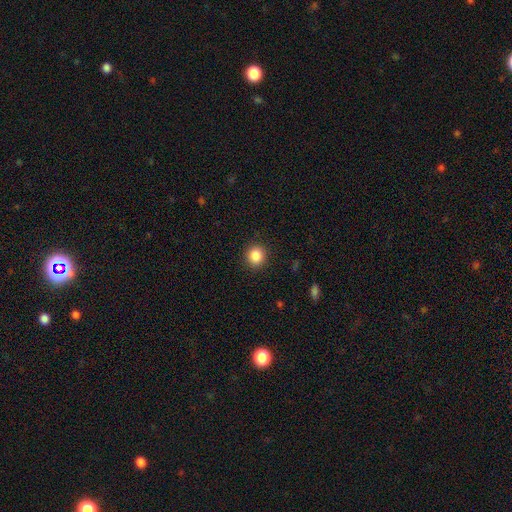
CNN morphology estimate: Smooth or featured?
  - smooth: 86% *
  - star or artifact: 10%
  - featured or disk: 4%
How rounded?
  - round: 88% *
  - in between: 11%
  - cigar-shaped: 1%
Merging?
  - none: 91% *
  - minor disturbance: 6%
  - major disturbance: 2%
  - merger: 1%